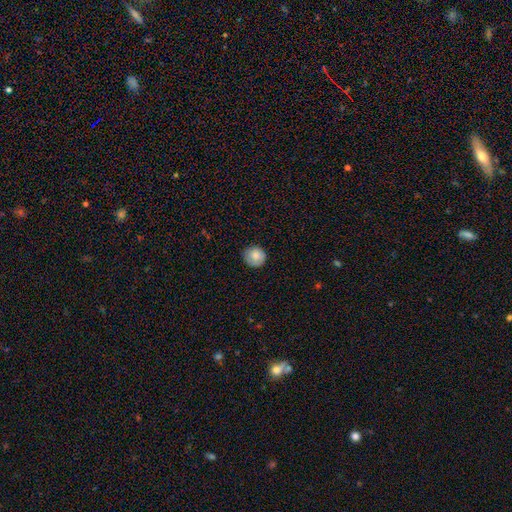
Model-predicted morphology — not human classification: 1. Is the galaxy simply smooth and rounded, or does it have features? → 82% smooth, 10% featured or disk, 8% star or artifact.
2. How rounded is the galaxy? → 88% round, 11% in between, 1% cigar-shaped.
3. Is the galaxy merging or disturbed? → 81% none, 15% minor disturbance, 3% major disturbance, 1% merger.